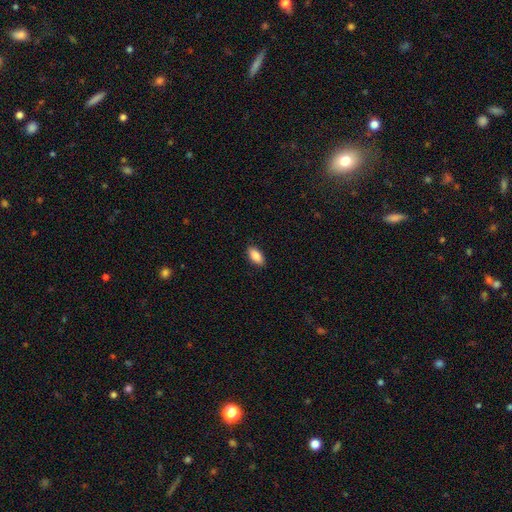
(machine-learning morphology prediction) This appears to be a smooth galaxy with no disk features (87%) that is in between round and cigar-shaped (90%). Merging: none (88%).